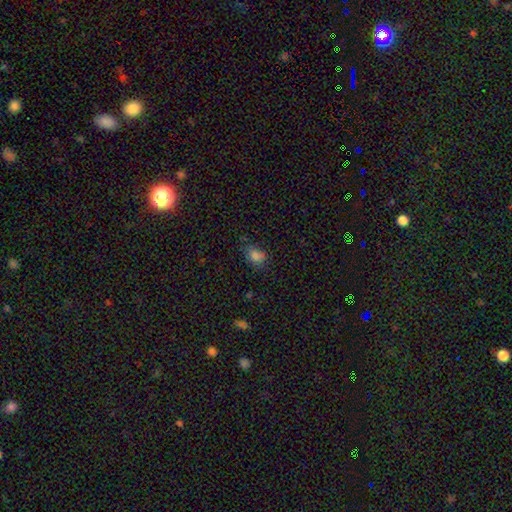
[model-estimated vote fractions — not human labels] Overall: smooth (80%). How rounded: in between (69%). Merging: none (64%; minor disturbance 25%).